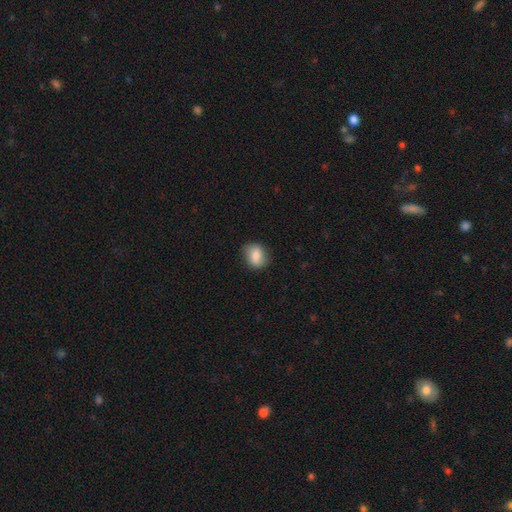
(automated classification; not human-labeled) Morphology: type=smooth (84%); roundness=in between (52%); merging=none (79%).